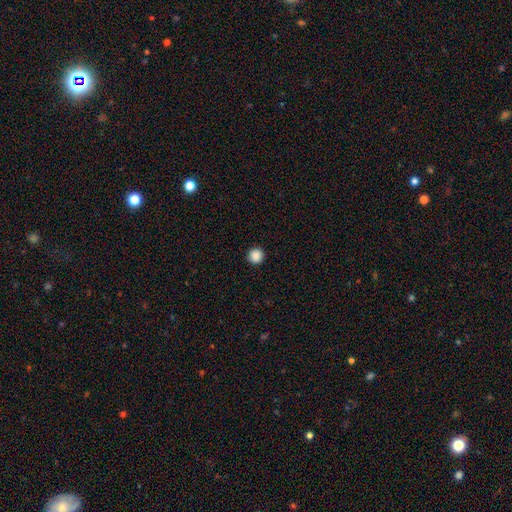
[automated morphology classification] The model was most divided on "smooth or featured": smooth: 88%, star or artifact: 9%, featured or disk: 2%. More confident: how rounded — round (96%); merging — none (93%).